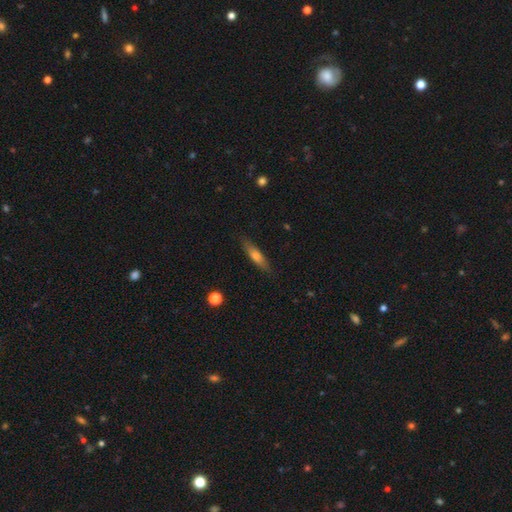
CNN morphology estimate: Smooth or featured? Predicted: smooth (p=0.56). How rounded? Predicted: cigar-shaped (p=0.78). Merging? Predicted: none (p=0.86).